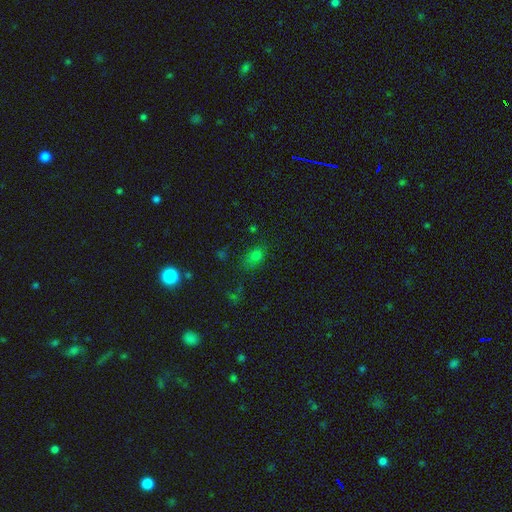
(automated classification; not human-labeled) smooth 69%, star or artifact 23%, featured or disk 8%. Down the decision tree: how rounded — in between (65%); merging — none (70%).